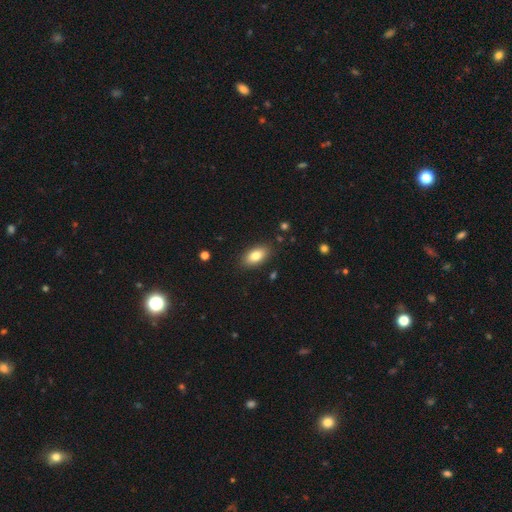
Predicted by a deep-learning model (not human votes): Smooth or featured? Predicted: smooth (p=0.82). How rounded? Predicted: in between (p=0.91). Merging? Predicted: none (p=0.87).